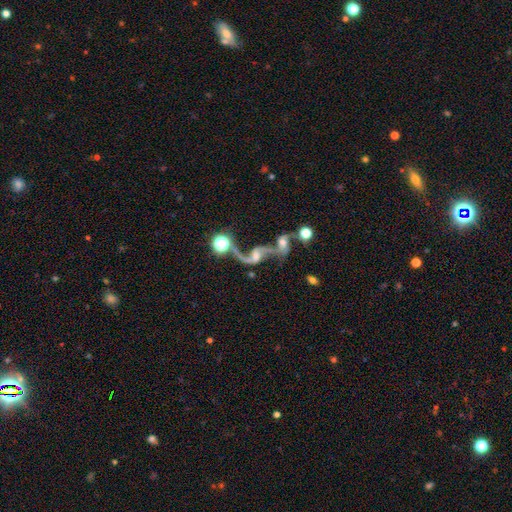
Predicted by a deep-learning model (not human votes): This is likely a featured or disk galaxy (77%). It is clearly not viewed edge-on (94%). Bar: possibly no (47%). Spiral arm pattern: clearly yes (88%). Spiral arm count: clearly 2 (82%). Spiral winding: clearly loose (89%). Central bulge: marginally moderate (34%). Merging: possibly merger (56%).